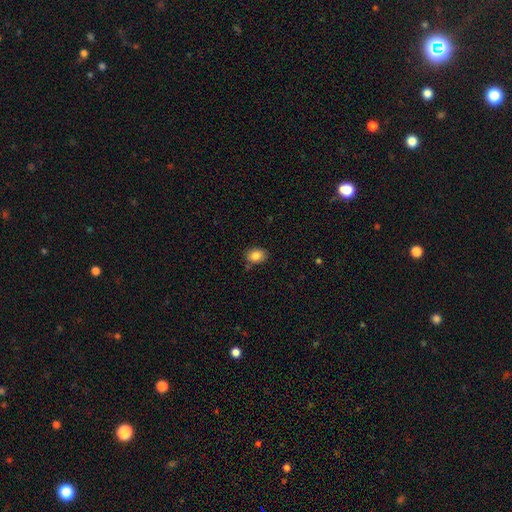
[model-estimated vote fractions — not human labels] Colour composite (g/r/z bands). It shows a smooth galaxy with no disk features (85%) that is in between round and cigar-shaped (67%). Merging: none (77%).